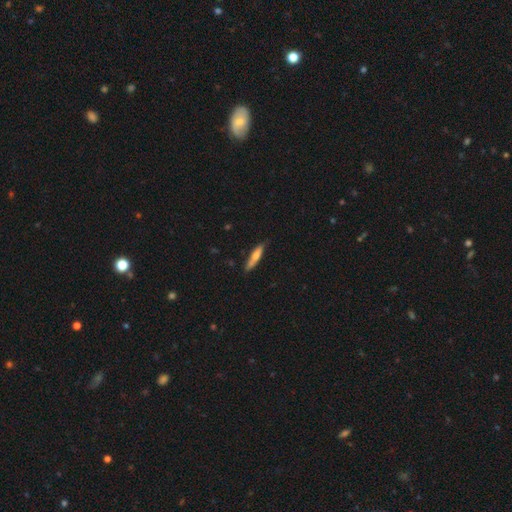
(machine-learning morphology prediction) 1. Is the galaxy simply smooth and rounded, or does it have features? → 59% smooth, 35% featured or disk, 6% star or artifact.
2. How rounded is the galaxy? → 87% cigar-shaped, 12% in between, 2% round.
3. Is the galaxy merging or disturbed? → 79% none, 16% minor disturbance, 3% major disturbance, 2% merger.